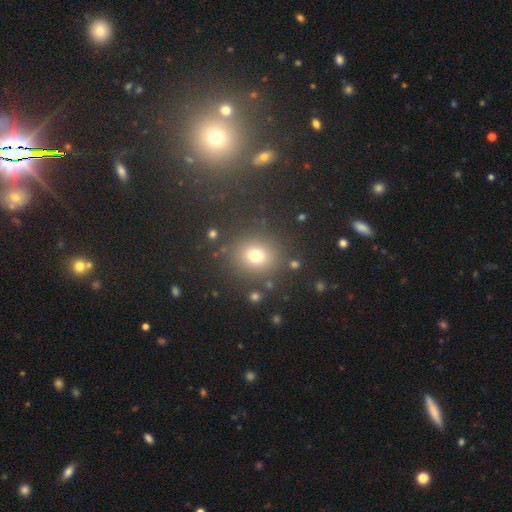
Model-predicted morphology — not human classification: Smooth or featured? smooth (74%)
How rounded? round (84%)
Merging? none (84%)